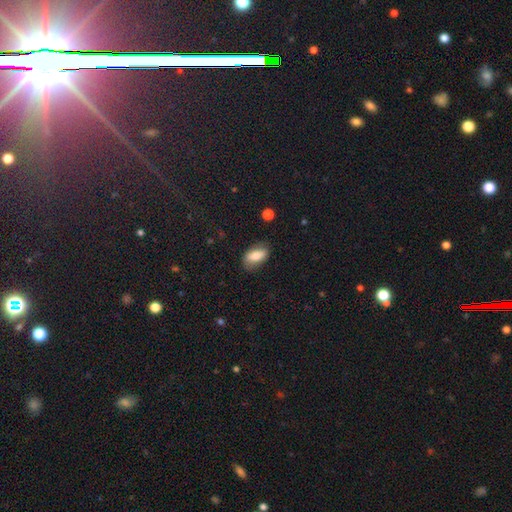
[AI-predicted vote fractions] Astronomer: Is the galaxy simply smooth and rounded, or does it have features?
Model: smooth — 72%.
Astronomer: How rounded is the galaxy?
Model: in between — 89%.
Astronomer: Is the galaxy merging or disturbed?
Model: none — 74%.